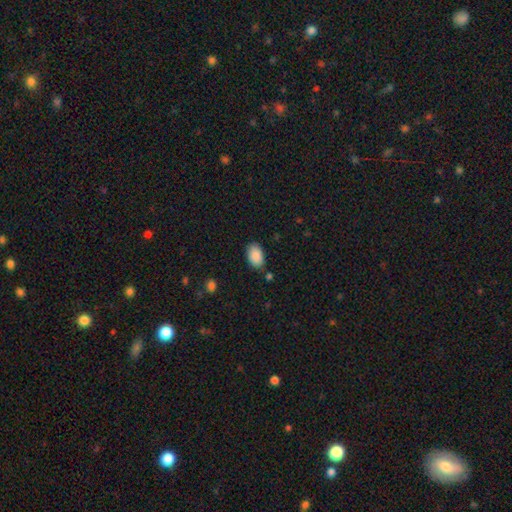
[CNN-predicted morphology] Smooth or featured? smooth (89%)
How rounded? in between (91%)
Merging? none (82%)